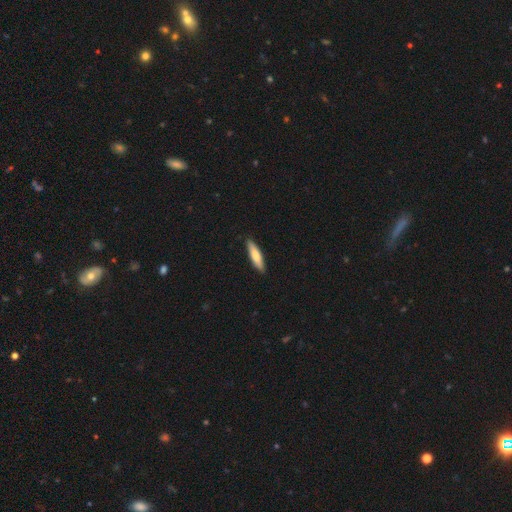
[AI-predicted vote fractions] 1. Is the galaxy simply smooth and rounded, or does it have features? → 75% smooth, 20% featured or disk, 5% star or artifact.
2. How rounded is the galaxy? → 74% cigar-shaped, 25% in between, 1% round.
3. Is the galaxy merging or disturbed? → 89% none, 8% minor disturbance, 1% major disturbance, 1% merger.